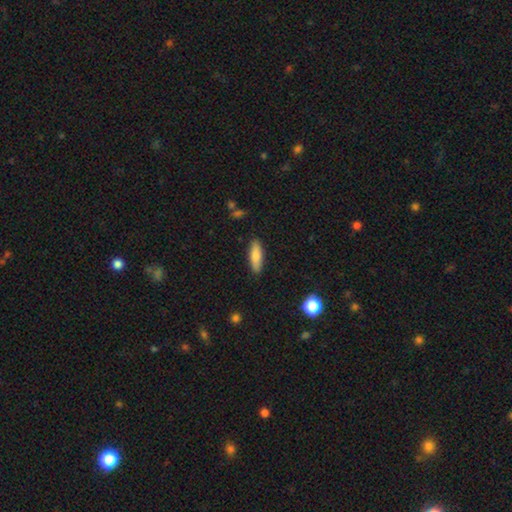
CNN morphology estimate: A smooth galaxy with no disk features (80%) that is cigar-shaped (51%).

Vote fractions:
- Smooth or featured? smooth: 80% / featured or disk: 13% / star or artifact: 6%
- How rounded? cigar-shaped: 51% / in between: 47% / round: 2%
- Merging? none: 88% / minor disturbance: 9% / major disturbance: 2% / merger: 1%